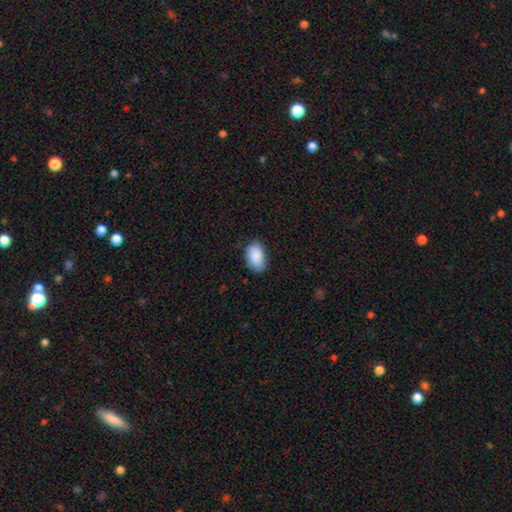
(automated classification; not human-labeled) smooth 89%, star or artifact 6%, featured or disk 5%. Down the decision tree: how rounded — in between (93%); merging — none (80%).